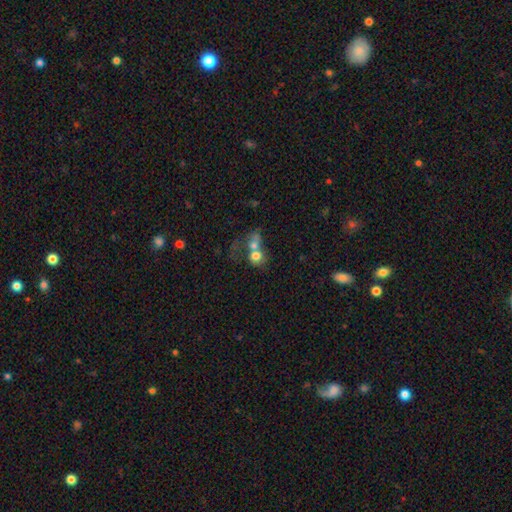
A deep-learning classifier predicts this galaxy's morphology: type=smooth (69%); roundness=round (70%); merging=merger (67%).